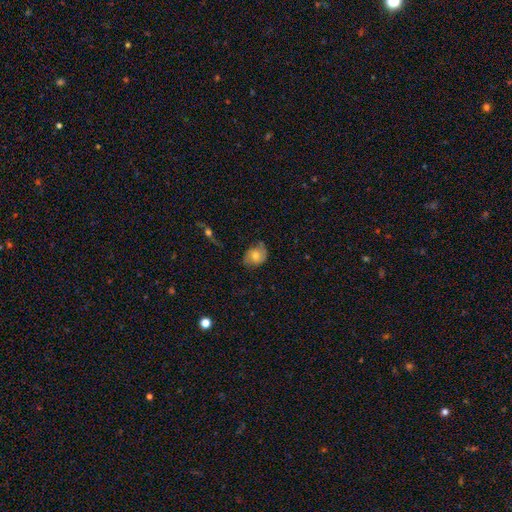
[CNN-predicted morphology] smooth_or_featured: smooth (p=0.54) [alt: featured or disk p=0.37]
how_rounded: in between (p=0.55) [alt: round p=0.44]
merging: none (p=0.67) [alt: minor disturbance p=0.24]